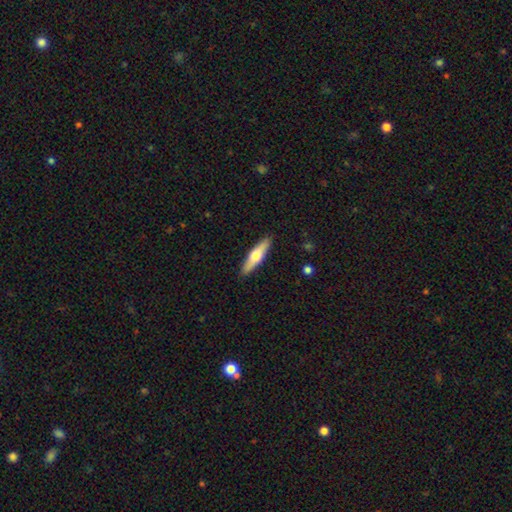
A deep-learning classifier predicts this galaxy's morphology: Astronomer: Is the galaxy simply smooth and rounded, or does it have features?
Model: smooth — 49% (runner-up: featured or disk, 46%).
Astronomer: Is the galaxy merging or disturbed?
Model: none — 90%.